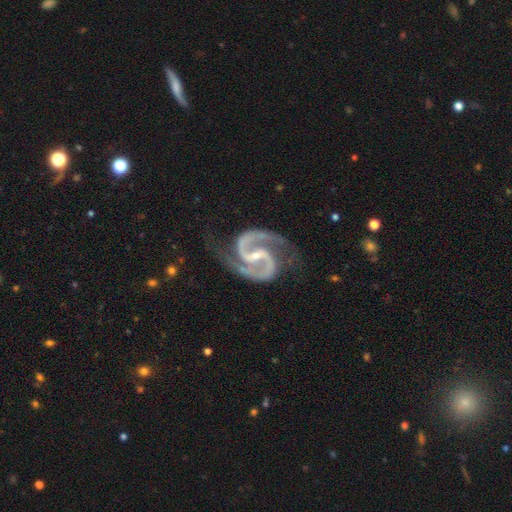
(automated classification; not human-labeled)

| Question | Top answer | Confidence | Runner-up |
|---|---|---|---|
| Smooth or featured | featured or disk | 95% | star or artifact (4%) |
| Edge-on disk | no | 98% | yes (2%) |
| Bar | weak | 40% | strong (39%) |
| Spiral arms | yes | 99% | no (1%) |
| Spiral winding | medium | 69% | tight (18%) |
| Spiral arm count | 2 | 94% | 3 (2%) |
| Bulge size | small | 71% | moderate (23%) |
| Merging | none | 74% | minor disturbance (18%) |